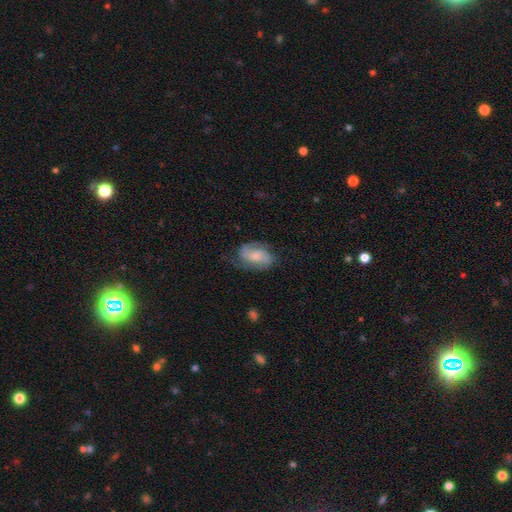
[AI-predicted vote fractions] smooth-or-featured: featured or disk: 69% | smooth: 24% | star or artifact: 7%
  disk-edge-on: no: 96% | yes: 4%
    bar: no: 55% | weak: 35% | strong: 10%
    has-spiral-arms: yes: 93% | no: 7%
      spiral-winding: medium: 46% | tight: 34% | loose: 20%
      spiral-arm-count: 2: 70% | can't tell: 13% | 3: 9% | 1: 4% | 4: 2% | more than 4: 2%
    bulge-size: small: 44% | moderate: 33% | none: 13% | large: 7% | dominant: 2%
  merging: none: 64% | minor disturbance: 22% | major disturbance: 12% | merger: 1%